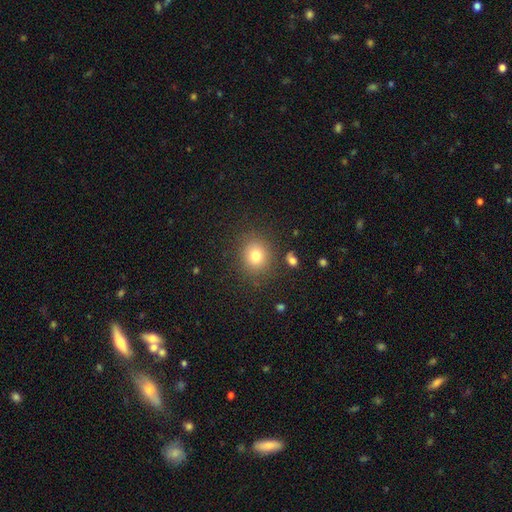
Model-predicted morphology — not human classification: smooth-or-featured: smooth: 79% | star or artifact: 12% | featured or disk: 9%
  how-rounded: round: 77% | in between: 22% | cigar-shaped: 1%
  merging: none: 84% | minor disturbance: 10% | major disturbance: 4% | merger: 3%